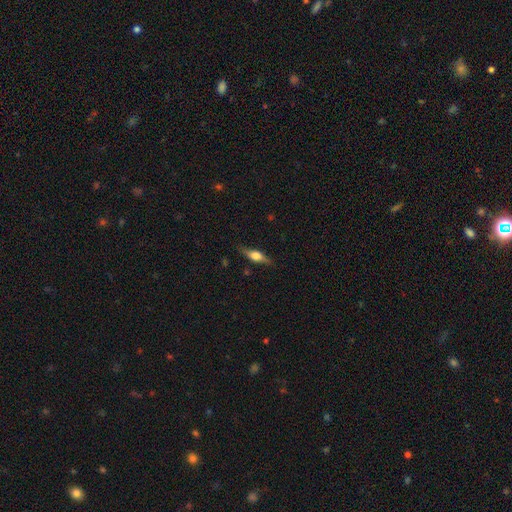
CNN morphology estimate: type=featured or disk (62%); edge-on=yes (94%); edge-on bulge=rounded (92%); merging=none (85%).